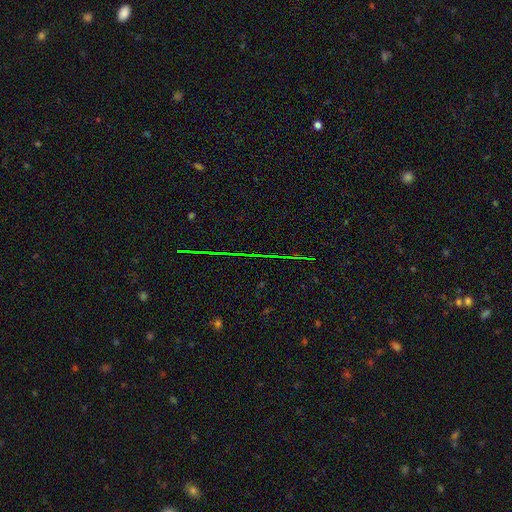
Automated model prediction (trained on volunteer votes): Q: Smooth or featured?
A: star or artifact (78%); runner-up: smooth (12%)